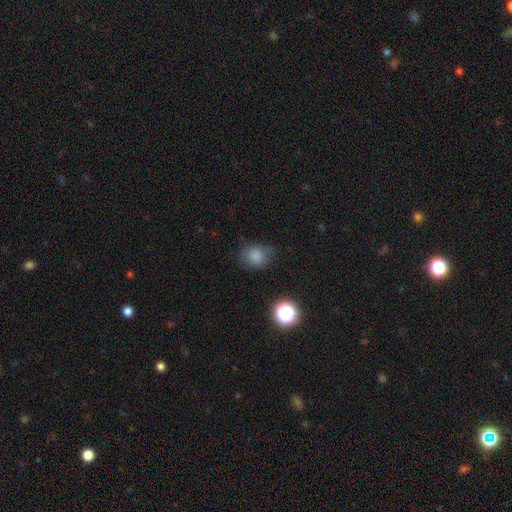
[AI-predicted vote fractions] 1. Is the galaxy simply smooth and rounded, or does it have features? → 80% smooth, 13% star or artifact, 7% featured or disk.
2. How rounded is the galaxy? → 57% round, 42% in between, 1% cigar-shaped.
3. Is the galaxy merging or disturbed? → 62% none, 26% minor disturbance, 9% major disturbance, 2% merger.